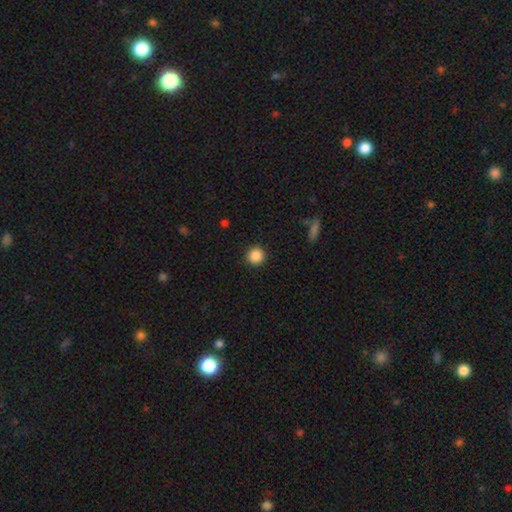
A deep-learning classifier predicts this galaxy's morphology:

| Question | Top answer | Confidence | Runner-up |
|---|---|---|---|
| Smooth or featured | smooth | 88% | star or artifact (10%) |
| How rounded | round | 95% | in between (4%) |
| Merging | none | 92% | minor disturbance (5%) |